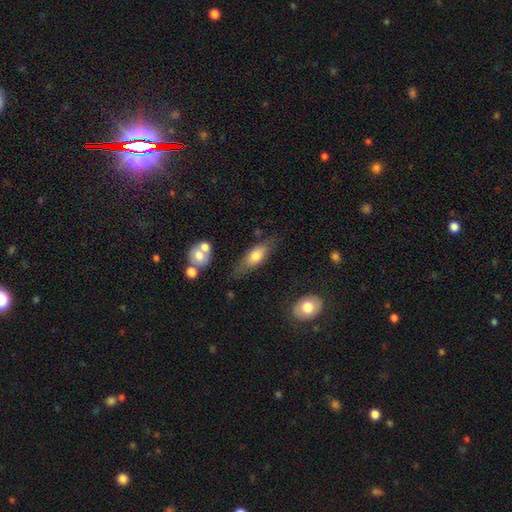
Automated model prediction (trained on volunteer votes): A smooth galaxy with no disk features (68%) that is in between round and cigar-shaped (68%). Merging: none (62%).